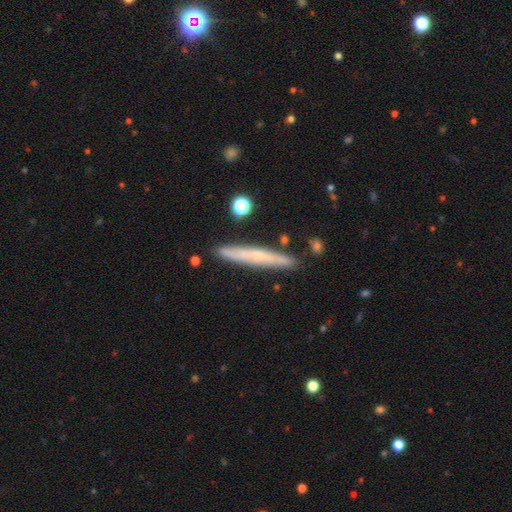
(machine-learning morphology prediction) The model was most divided on "smooth or featured": featured or disk: 52%, smooth: 41%, star or artifact: 7%. More confident: edge-on disk — yes (91%); merging — none (86%).